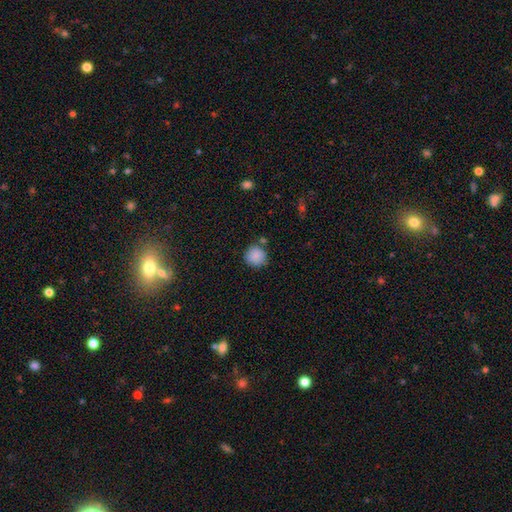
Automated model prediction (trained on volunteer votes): smooth-or-featured: smooth: 88% | star or artifact: 9% | featured or disk: 4%
  how-rounded: round: 91% | in between: 8% | cigar-shaped: 1%
  merging: none: 76% | minor disturbance: 13% | merger: 8% | major disturbance: 3%